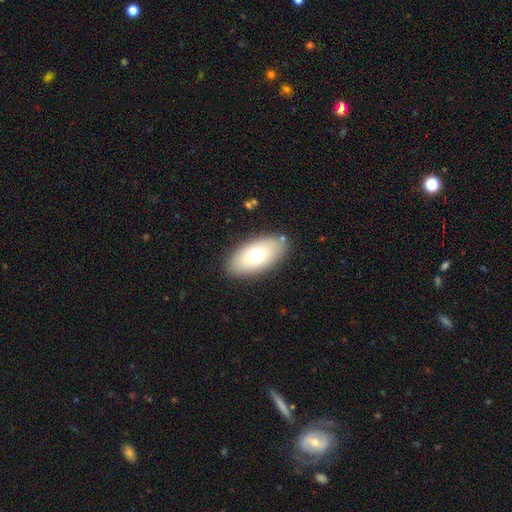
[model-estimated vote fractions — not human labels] Smooth or featured? smooth (69%)
How rounded? in between (92%)
Merging? none (85%)